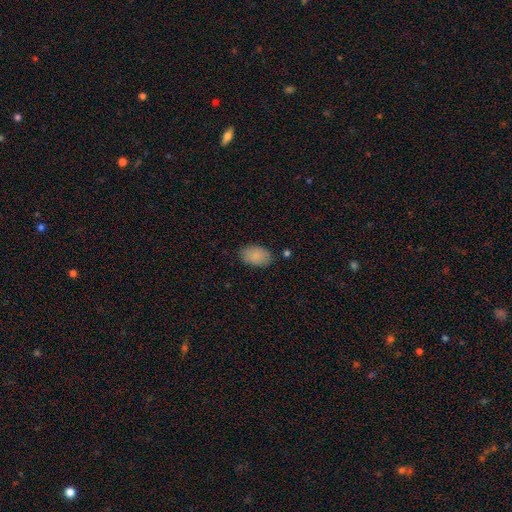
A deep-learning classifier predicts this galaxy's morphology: Smooth or featured: smooth — 89% (star or artifact — 7%)
How rounded: in between — 92% (round — 7%)
Merging: none — 82% (minor disturbance — 13%)